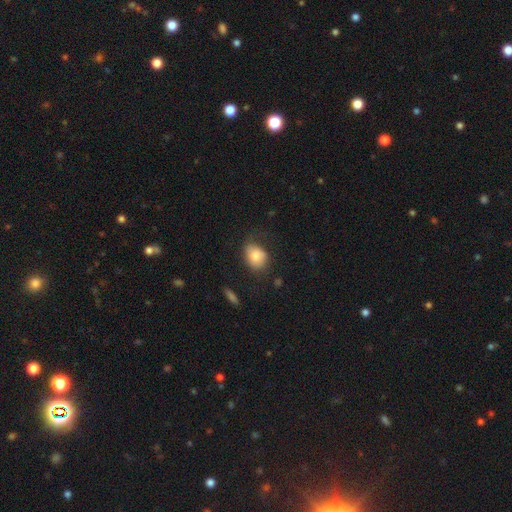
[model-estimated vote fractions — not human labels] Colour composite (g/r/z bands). It shows a smooth galaxy with no disk features (78%) that is in between round and cigar-shaped (59%). Merging: none (60%).